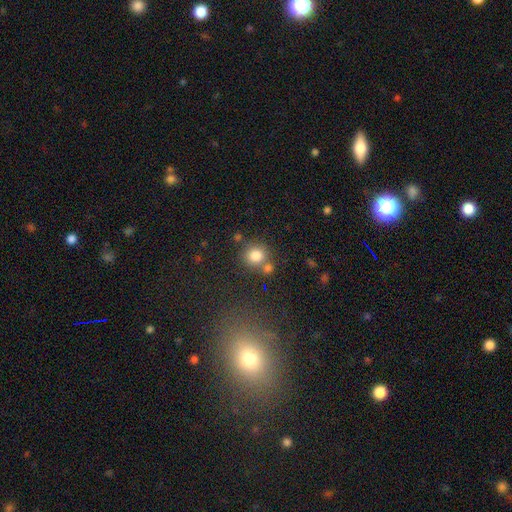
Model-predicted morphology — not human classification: Smooth or featured? Predicted: smooth (p=0.80). How rounded? Predicted: round (p=0.85). Merging? Predicted: none (p=0.62).